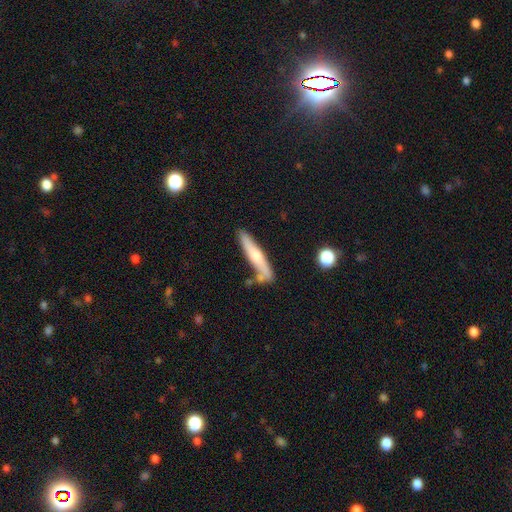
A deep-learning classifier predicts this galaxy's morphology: Smooth or featured: smooth — 52% (featured or disk — 42%)
How rounded: cigar-shaped — 90% (in between — 8%)
Merging: none — 73% (minor disturbance — 15%)